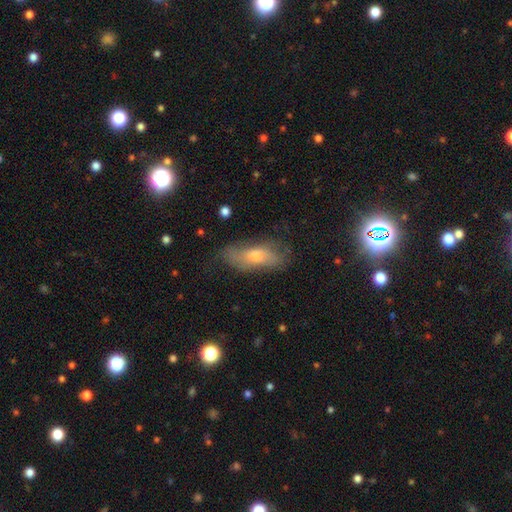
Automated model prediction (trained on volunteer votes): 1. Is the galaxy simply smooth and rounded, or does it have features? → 56% smooth, 33% featured or disk, 10% star or artifact.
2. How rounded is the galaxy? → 69% in between, 27% cigar-shaped, 4% round.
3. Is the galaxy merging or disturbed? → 65% none, 24% minor disturbance, 9% major disturbance, 2% merger.